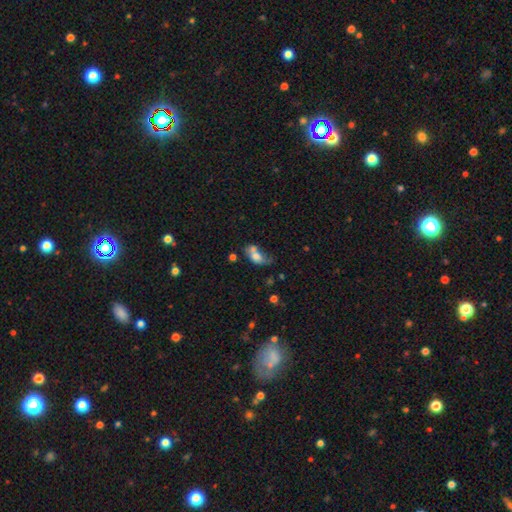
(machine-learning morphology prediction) Smooth or featured?
  - smooth: 64% *
  - featured or disk: 25%
  - star or artifact: 11%
How rounded?
  - in between: 78% *
  - round: 17%
  - cigar-shaped: 5%
Merging?
  - merger: 45% *
  - none: 22%
  - minor disturbance: 17%
  - major disturbance: 16%